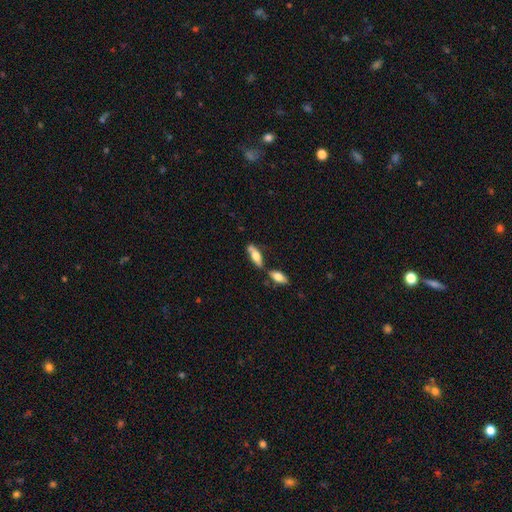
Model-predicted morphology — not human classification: This appears to be a smooth galaxy with no disk features (63%) that is in between round and cigar-shaped (62%). Merging: none (58%).